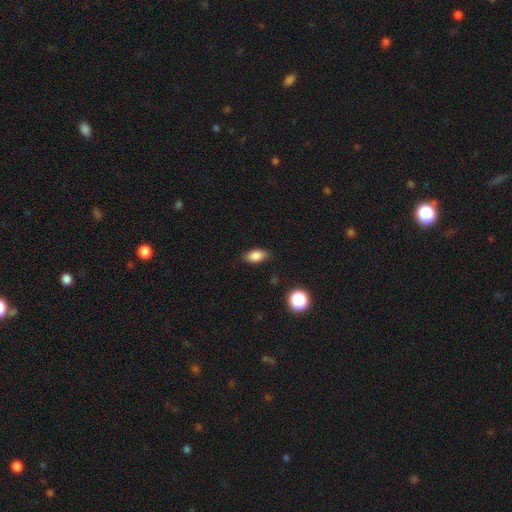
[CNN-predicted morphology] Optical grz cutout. It shows a smooth galaxy with no disk features (85%) that is in between round and cigar-shaped (88%). Merging: none (82%).